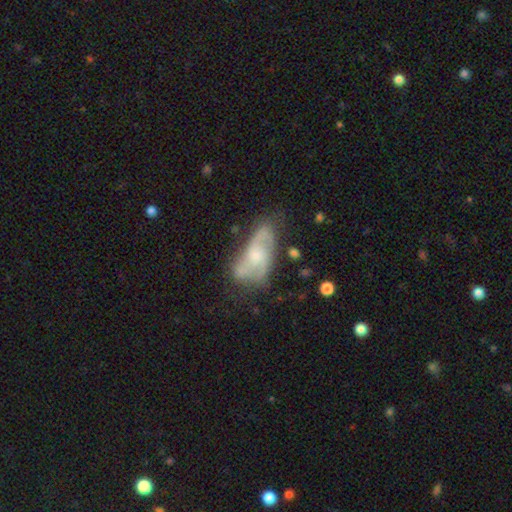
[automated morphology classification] A featured or disk galaxy (69%) with no bar (66%), 2 (58%) medium (48%) spiral arms (83%) and a small central bulge (47%).

Vote fractions:
- Smooth or featured? featured or disk: 69% / smooth: 24% / star or artifact: 7%
- Edge-on disk? no: 94% / yes: 6%
- Bar? no: 66% / weak: 29% / strong: 5%
- Spiral arms? yes: 83% / no: 17%
- Spiral winding? medium: 48% / loose: 29% / tight: 23%
- Spiral arm count? 2: 58% / can't tell: 18% / 3: 15% / 1: 4% / 4: 3% / more than 4: 2%
- Bulge size? small: 47% / moderate: 40% / none: 8% / large: 4% / dominant: 1%
- Merging? none: 48% / minor disturbance: 27% / major disturbance: 16% / merger: 9%